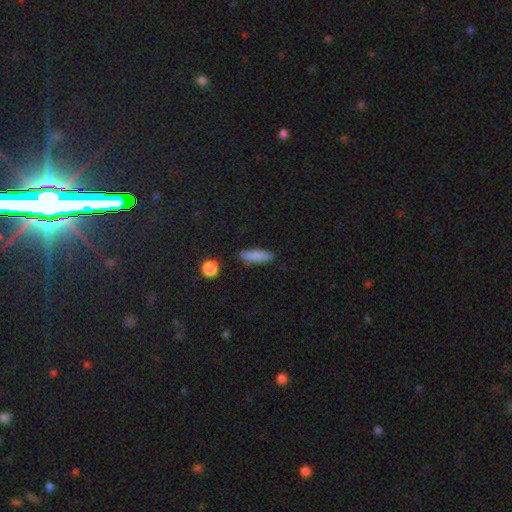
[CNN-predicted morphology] smooth-or-featured: smooth: 84% | featured or disk: 9% | star or artifact: 8%
  how-rounded: cigar-shaped: 63% | in between: 35% | round: 3%
  merging: none: 87% | minor disturbance: 9% | major disturbance: 2% | merger: 2%